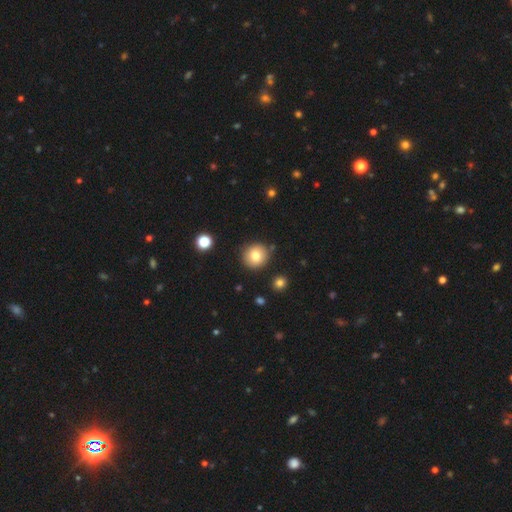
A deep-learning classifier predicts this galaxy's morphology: The model was most divided on "smooth or featured": smooth: 79%, star or artifact: 10%, featured or disk: 10%. More confident: how rounded — round (91%); merging — none (84%).